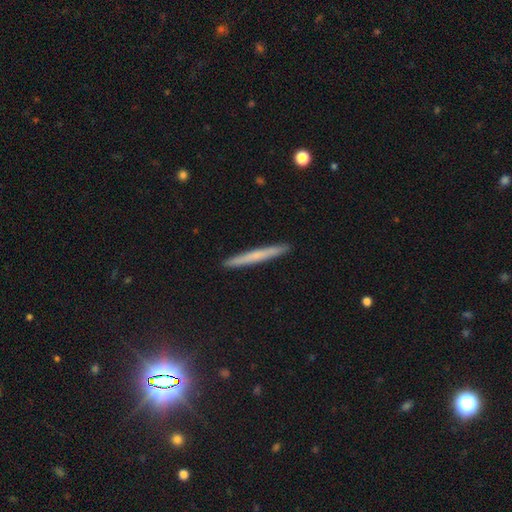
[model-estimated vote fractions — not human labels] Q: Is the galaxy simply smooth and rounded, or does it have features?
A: smooth — 56%.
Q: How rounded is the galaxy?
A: cigar-shaped — 97%.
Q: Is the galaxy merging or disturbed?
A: none — 93%.